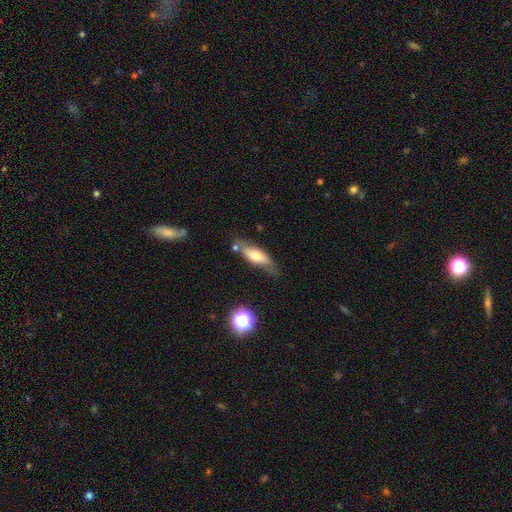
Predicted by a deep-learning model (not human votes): A smooth galaxy with no disk features (59%) that is in between round and cigar-shaped (61%). Merging: none (62%).